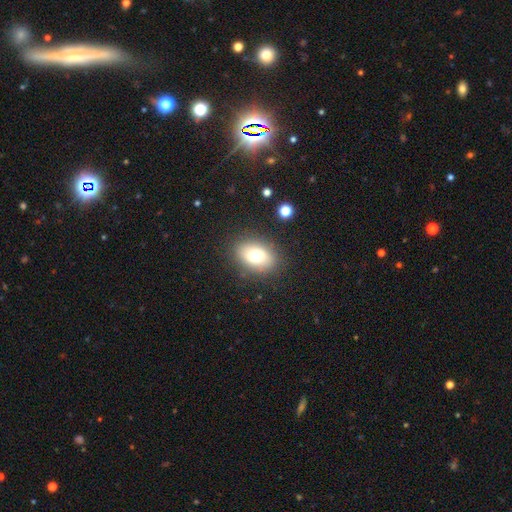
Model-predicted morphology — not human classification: smooth 73%, featured or disk 16%, star or artifact 11%. Down the decision tree: how rounded — in between (75%); merging — none (85%).